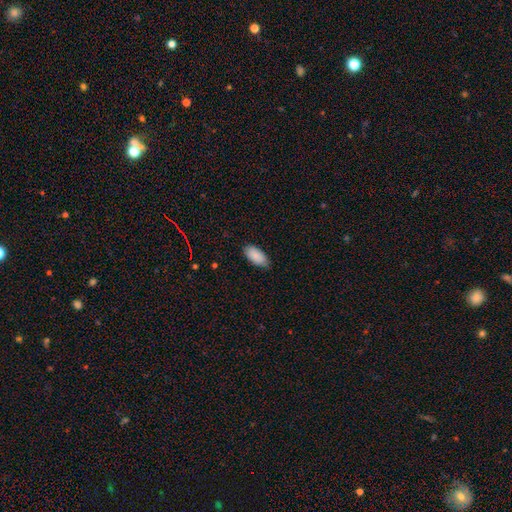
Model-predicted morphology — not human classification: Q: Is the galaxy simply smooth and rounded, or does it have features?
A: smooth — 89%.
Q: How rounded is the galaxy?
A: in between — 93%.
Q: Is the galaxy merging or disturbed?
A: none — 80%.